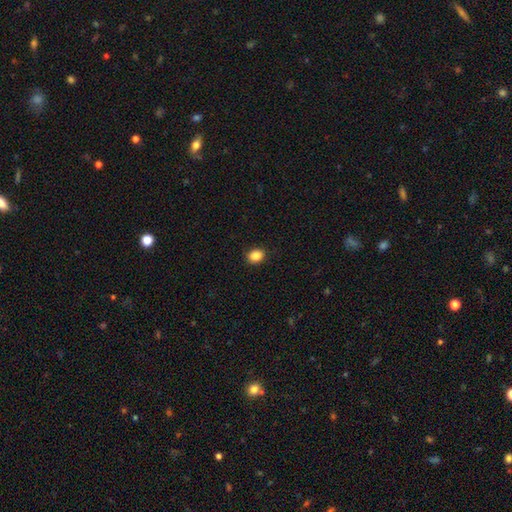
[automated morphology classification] Overall: smooth (88%). How rounded: in between (53%; round 46%). Merging: none (89%).